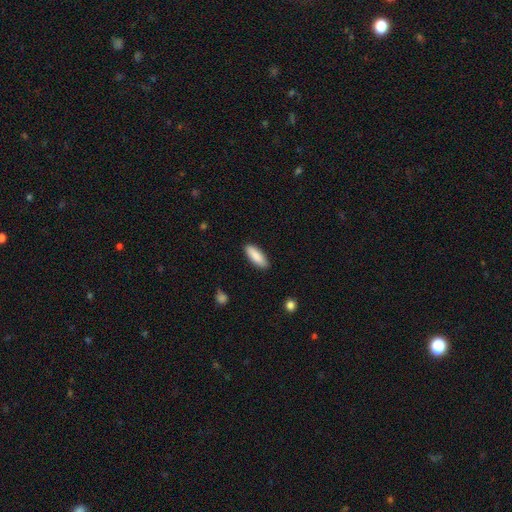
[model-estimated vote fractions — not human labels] This is clearly a smooth galaxy (87%). How rounded: likely in between (61%). Merging: clearly none (88%).